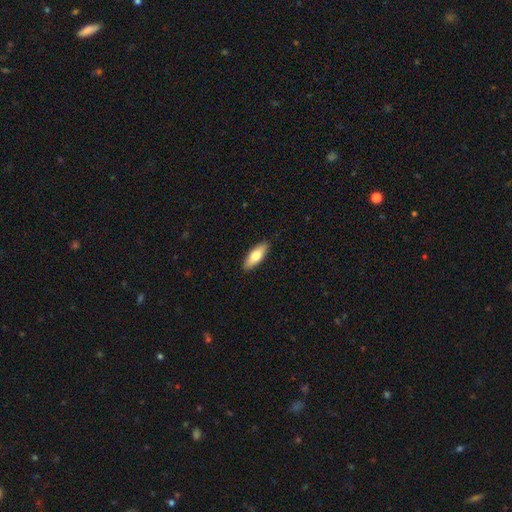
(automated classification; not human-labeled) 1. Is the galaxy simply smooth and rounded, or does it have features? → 67% smooth, 28% featured or disk, 5% star or artifact.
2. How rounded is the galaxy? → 58% in between, 40% cigar-shaped, 2% round.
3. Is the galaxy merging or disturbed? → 90% none, 7% minor disturbance, 2% major disturbance, 1% merger.